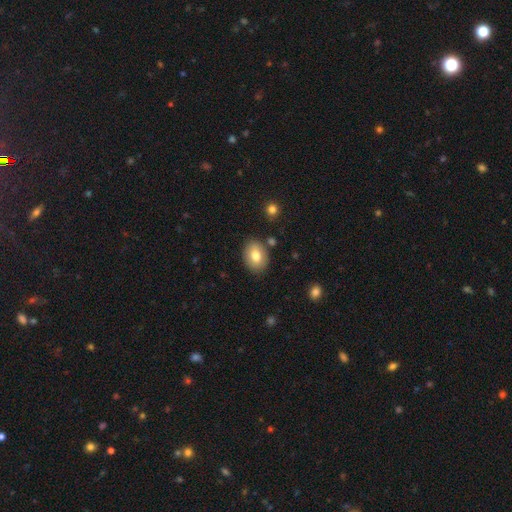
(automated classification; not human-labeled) smooth 78%, featured or disk 14%, star or artifact 8%. Down the decision tree: how rounded — in between (71%); merging — none (83%).